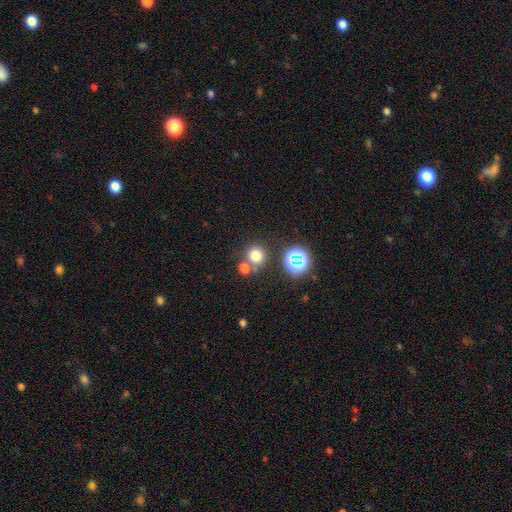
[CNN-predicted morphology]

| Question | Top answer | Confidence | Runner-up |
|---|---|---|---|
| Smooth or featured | smooth | 73% | star or artifact (20%) |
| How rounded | round | 89% | in between (10%) |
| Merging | none | 67% | merger (21%) |